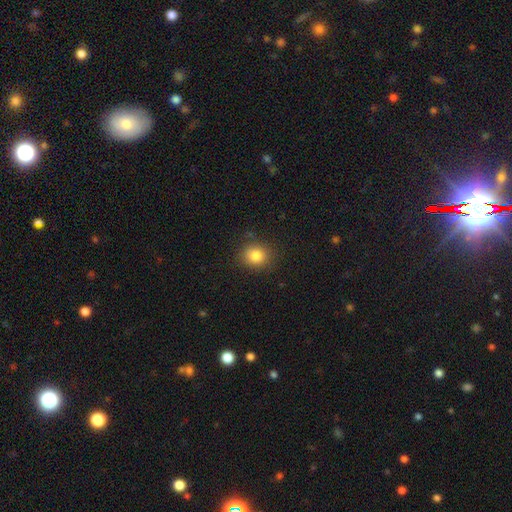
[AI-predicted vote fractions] Overall: smooth (83%). How rounded: round (72%). Merging: none (85%).